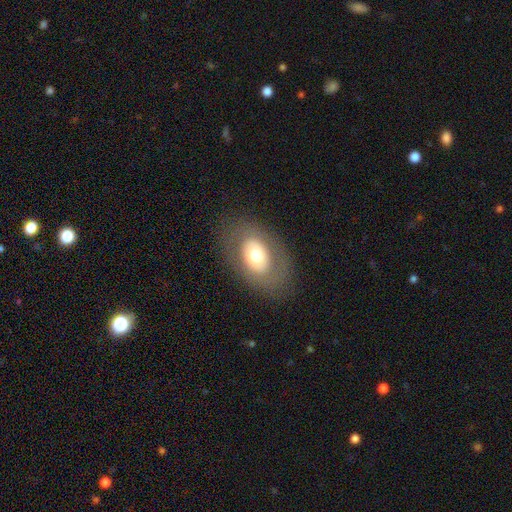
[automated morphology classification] Smooth or featured?
  - smooth: 56% *
  - featured or disk: 36%
  - star or artifact: 8%
How rounded?
  - in between: 82% *
  - round: 16%
  - cigar-shaped: 1%
Merging?
  - none: 80% *
  - minor disturbance: 12%
  - major disturbance: 7%
  - merger: 1%